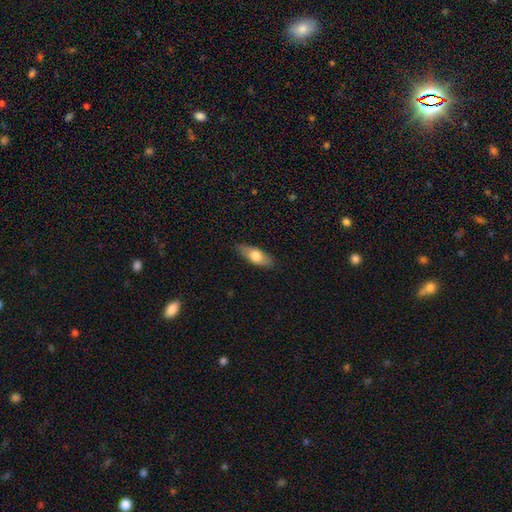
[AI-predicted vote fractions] A smooth galaxy with no disk features (68%) that is in between round and cigar-shaped (72%).

Vote fractions:
- Smooth or featured? smooth: 68% / featured or disk: 26% / star or artifact: 6%
- How rounded? in between: 72% / cigar-shaped: 25% / round: 3%
- Merging? none: 85% / minor disturbance: 12% / major disturbance: 2% / merger: 1%